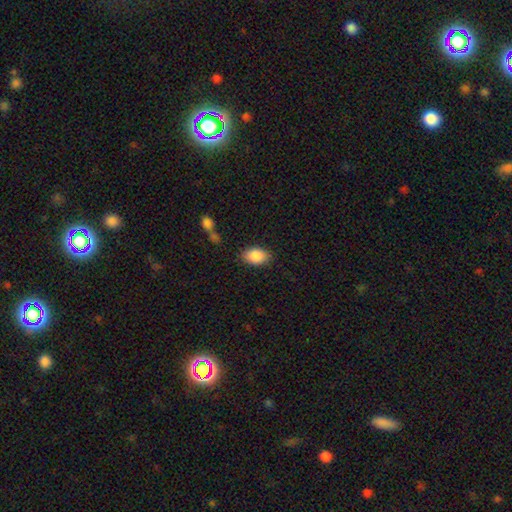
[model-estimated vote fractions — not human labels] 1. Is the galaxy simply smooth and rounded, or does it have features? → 89% smooth, 7% star or artifact, 4% featured or disk.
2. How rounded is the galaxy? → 88% in between, 11% round, 1% cigar-shaped.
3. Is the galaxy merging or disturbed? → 81% none, 13% minor disturbance, 4% major disturbance, 3% merger.